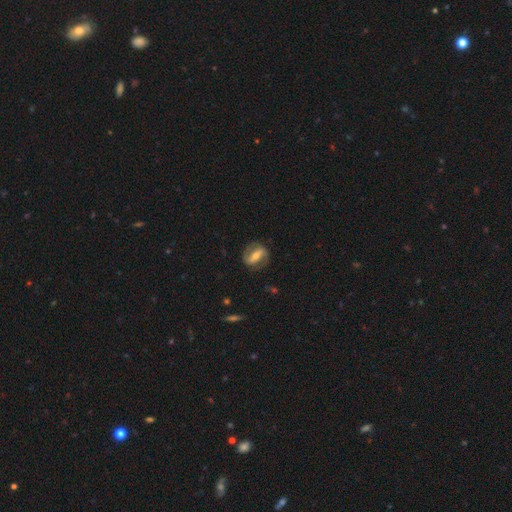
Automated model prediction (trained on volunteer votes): smooth-or-featured: featured or disk: 78% | smooth: 17% | star or artifact: 6%
  disk-edge-on: no: 94% | yes: 6%
    bar: strong: 63% | weak: 24% | no: 13%
    has-spiral-arms: yes: 85% | no: 15%
      spiral-winding: medium: 44% | tight: 31% | loose: 25%
      spiral-arm-count: 2: 89% | can't tell: 6% | 1: 3% | 3: 1% | 4: 1% | more than 4: 1%
    bulge-size: moderate: 55% | small: 38% | large: 4% | none: 2% | dominant: 1%
  merging: none: 81% | minor disturbance: 12% | major disturbance: 6% | merger: 1%